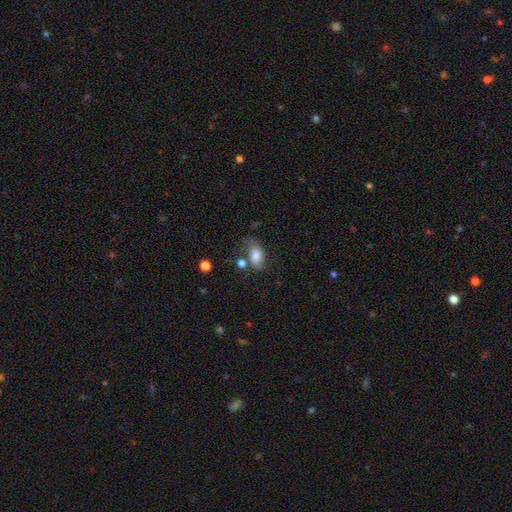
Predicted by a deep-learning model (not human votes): Morphology: type=smooth (76%); roundness=in between (87%); merging=none (44%).